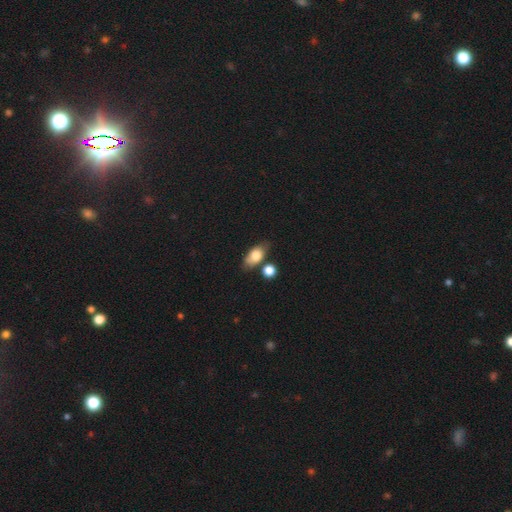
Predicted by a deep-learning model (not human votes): Smooth or featured? smooth (74%)
How rounded? in between (82%)
Merging? none (66%)